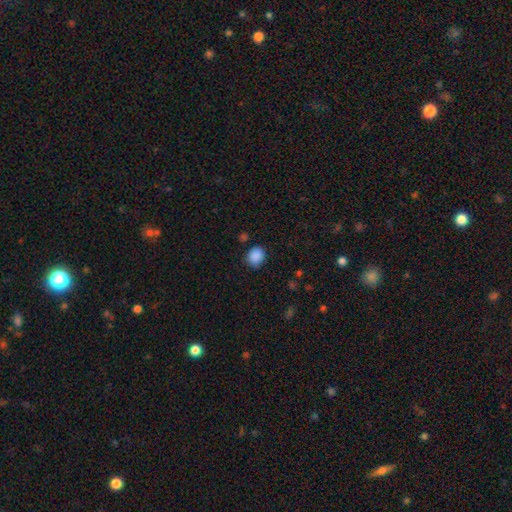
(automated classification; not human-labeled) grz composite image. It shows a smooth galaxy with no disk features (88%) that is round (63%). Merging: none (81%).